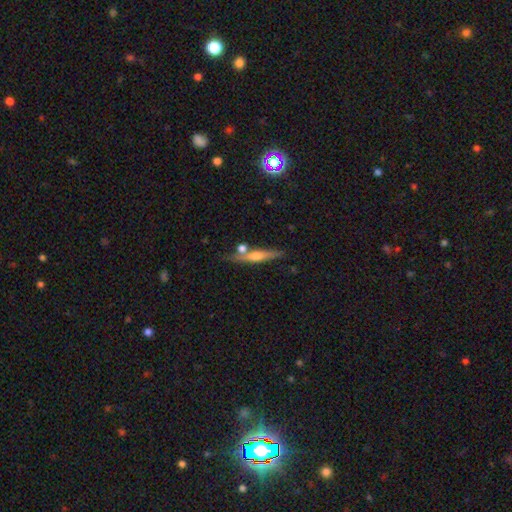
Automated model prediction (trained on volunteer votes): Q: Smooth or featured?
A: featured or disk (56%); runner-up: smooth (35%)
Q: Edge-on disk?
A: yes (94%); runner-up: no (6%)
Q: Edge-on bulge?
A: rounded (76%); runner-up: none (14%)
Q: Merging?
A: none (72%); runner-up: minor disturbance (12%)